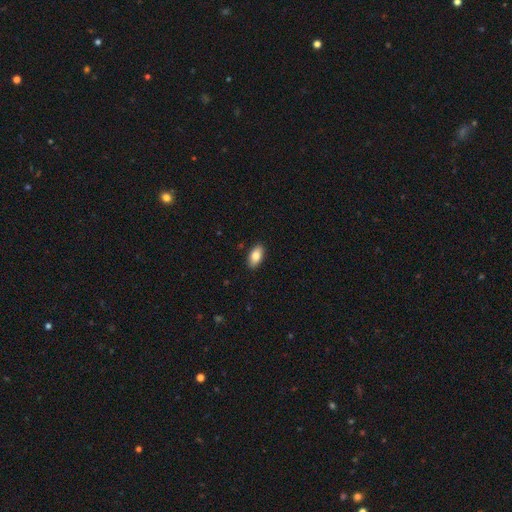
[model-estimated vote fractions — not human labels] A smooth galaxy with no disk features (82%) that is in between round and cigar-shaped (92%).

Vote fractions:
- Smooth or featured? smooth: 82% / featured or disk: 11% / star or artifact: 7%
- How rounded? in between: 92% / cigar-shaped: 4% / round: 4%
- Merging? none: 89% / minor disturbance: 8% / major disturbance: 2% / merger: 1%